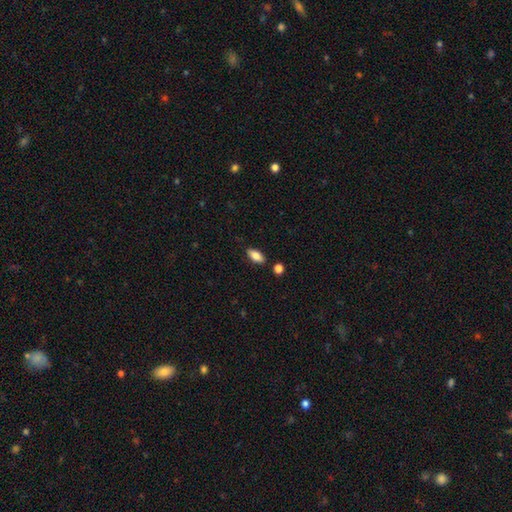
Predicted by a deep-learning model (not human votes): Overall: smooth (80%). How rounded: in between (86%). Merging: none (83%).